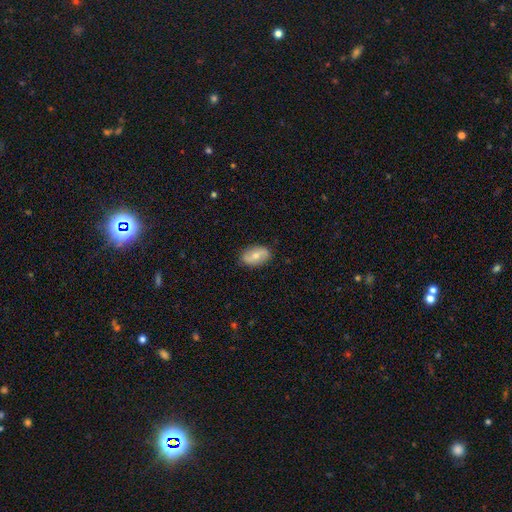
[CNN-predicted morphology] smooth 52%, featured or disk 42%, star or artifact 6%. Down the decision tree: how rounded — in between (90%); merging — none (86%).